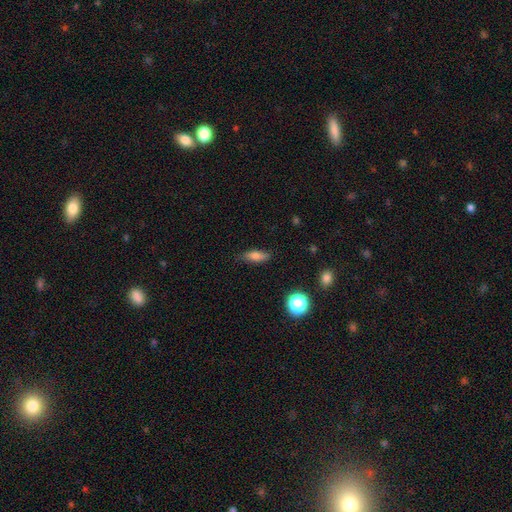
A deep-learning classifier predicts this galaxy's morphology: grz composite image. It shows a smooth galaxy with no disk features (76%) that is in between round and cigar-shaped (61%). Merging: none (80%).